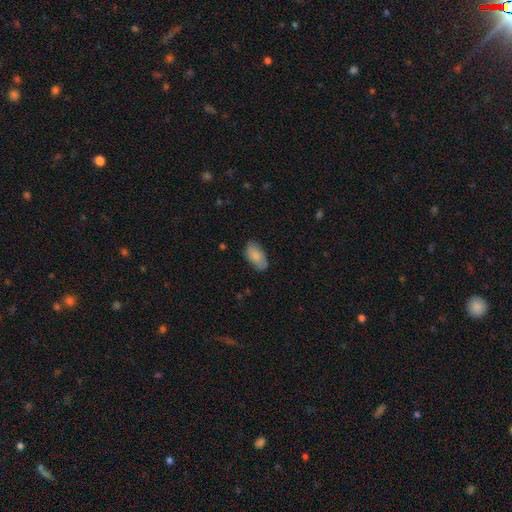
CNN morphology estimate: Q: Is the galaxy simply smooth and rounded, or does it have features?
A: smooth — 83%.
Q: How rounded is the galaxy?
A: in between — 94%.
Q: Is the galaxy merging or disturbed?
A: none — 79%.